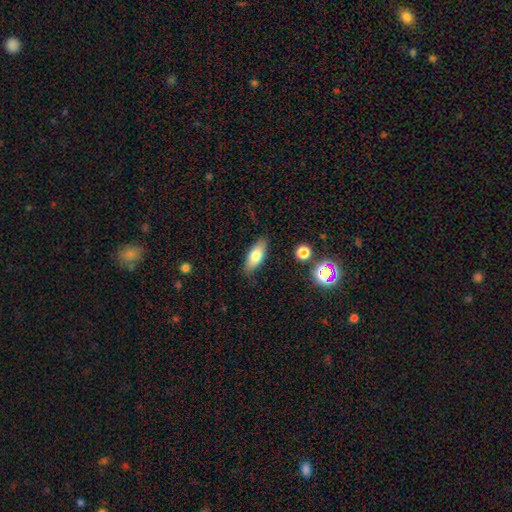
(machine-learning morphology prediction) Q: Smooth or featured?
A: smooth (73%); runner-up: featured or disk (19%)
Q: How rounded?
A: in between (77%); runner-up: cigar-shaped (20%)
Q: Merging?
A: none (85%); runner-up: minor disturbance (11%)